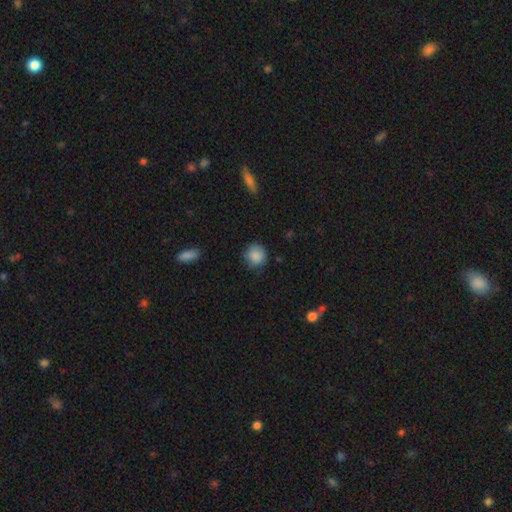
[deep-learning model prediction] Smooth or featured: smooth — 87% (star or artifact — 8%)
How rounded: round — 86% (in between — 13%)
Merging: none — 76% (minor disturbance — 19%)